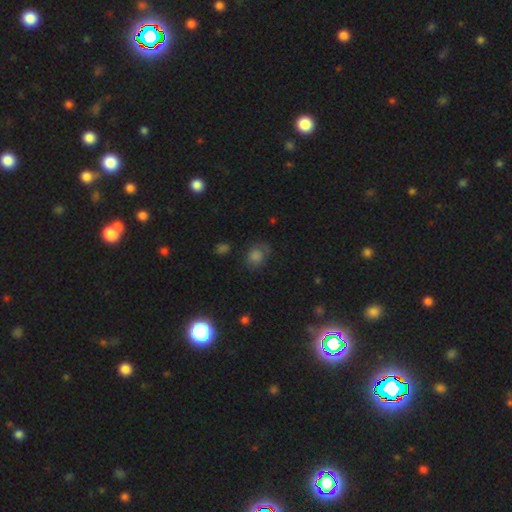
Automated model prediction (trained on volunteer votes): Smooth or featured?
  - smooth: 68% *
  - star or artifact: 23%
  - featured or disk: 9%
How rounded?
  - round: 57% *
  - in between: 41%
  - cigar-shaped: 1%
Merging?
  - none: 66% *
  - minor disturbance: 23%
  - major disturbance: 9%
  - merger: 3%